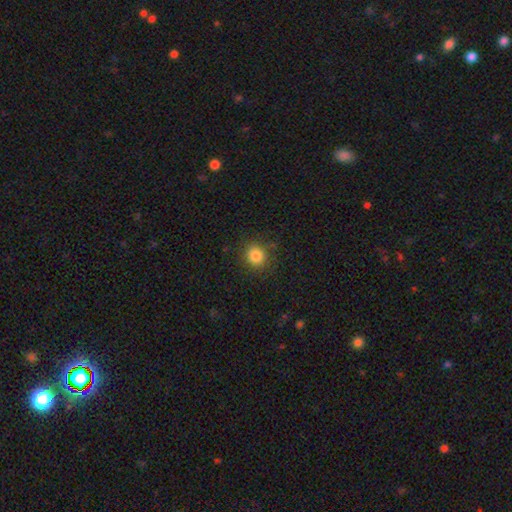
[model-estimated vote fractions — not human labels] Overall: smooth (83%). How rounded: round (88%). Merging: none (84%).